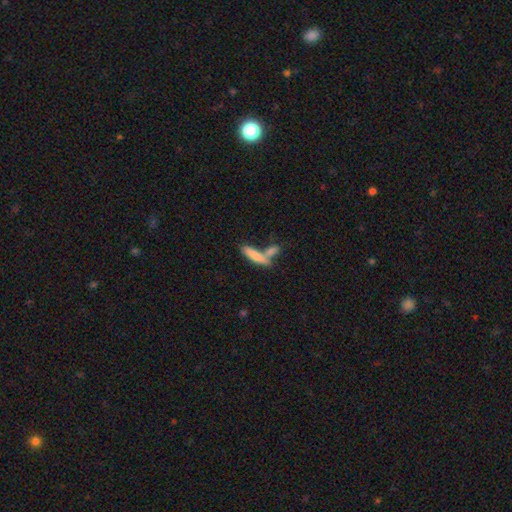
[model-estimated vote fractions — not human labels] Smooth or featured? Predicted: smooth (p=0.74). How rounded? Predicted: cigar-shaped (p=0.72). Merging? Predicted: merger (p=0.43).